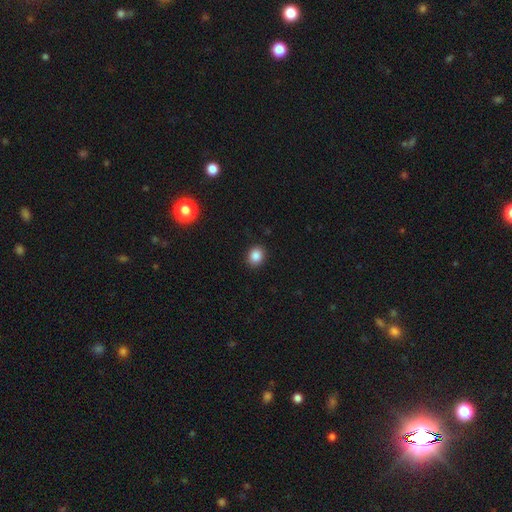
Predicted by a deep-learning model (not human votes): smooth 86%, star or artifact 10%, featured or disk 4%. Down the decision tree: how rounded — round (57%); merging — none (90%).